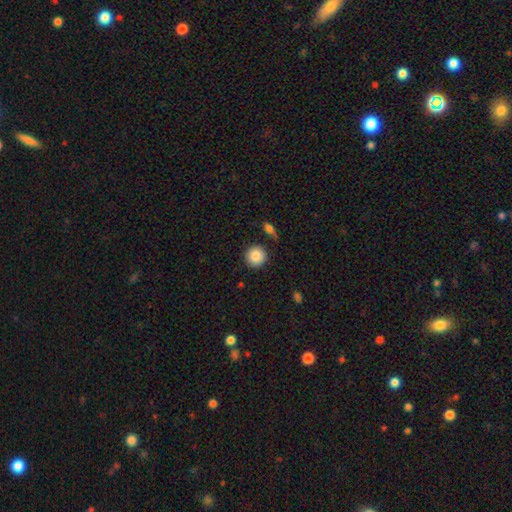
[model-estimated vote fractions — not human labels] The model was most divided on "merging": none: 85%, minor disturbance: 9%, merger: 4%, major disturbance: 3%. More confident: how rounded — round (93%); smooth or featured — smooth (86%).